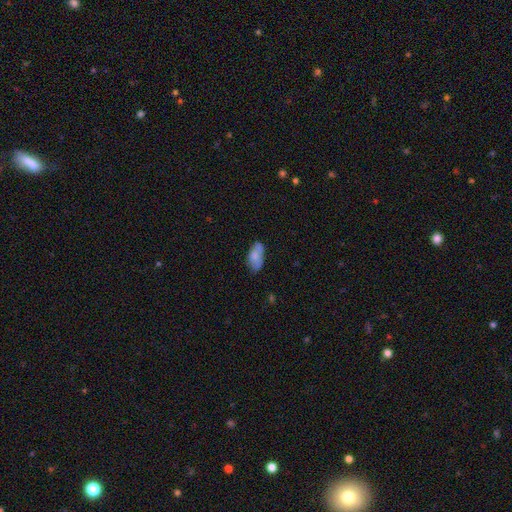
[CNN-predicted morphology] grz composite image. It shows a smooth galaxy with no disk features (69%) that is in between round and cigar-shaped (91%). Merging: none (55%).